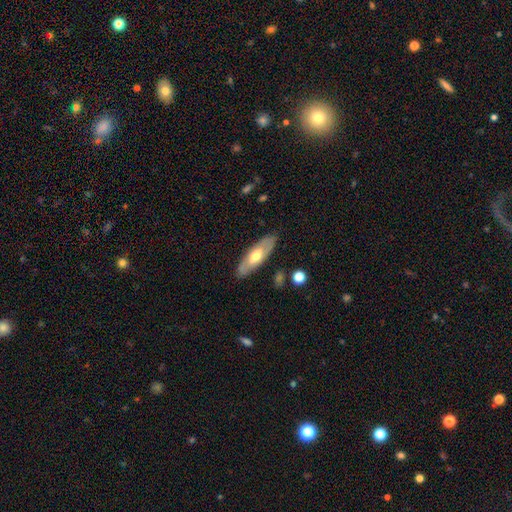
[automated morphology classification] The model was most divided on "smooth or featured": featured or disk: 50%, smooth: 45%, star or artifact: 5%. More confident: merging — none (85%); edge-on disk — no (66%).